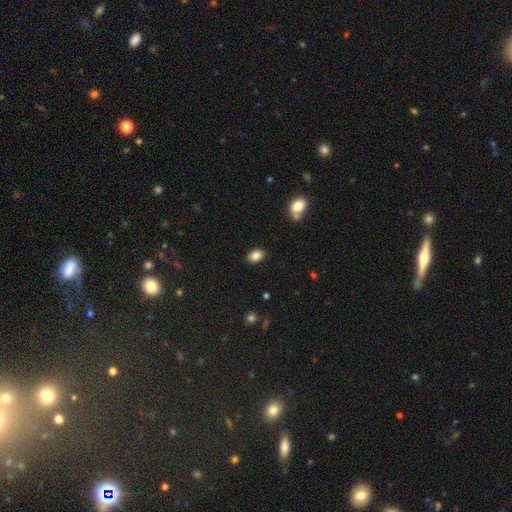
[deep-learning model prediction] Overall: smooth (86%). How rounded: in between (79%). Merging: none (88%).